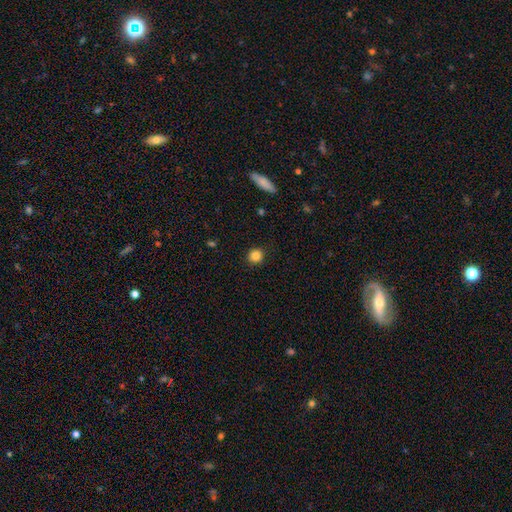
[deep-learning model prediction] Overall: smooth (85%). How rounded: round (90%). Merging: none (90%).